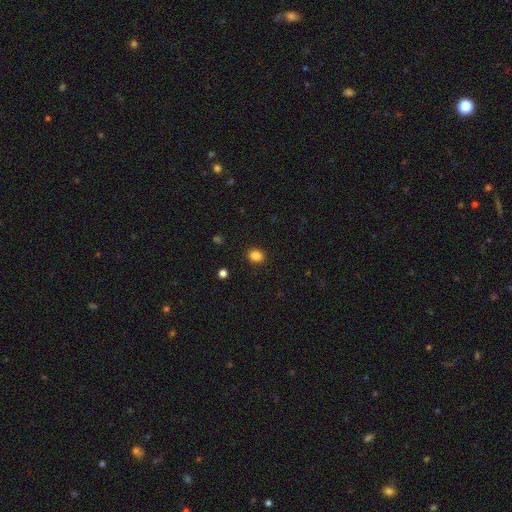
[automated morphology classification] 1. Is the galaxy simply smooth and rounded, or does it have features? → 85% smooth, 11% star or artifact, 4% featured or disk.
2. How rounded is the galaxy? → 57% round, 43% in between, 1% cigar-shaped.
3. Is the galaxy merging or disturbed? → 90% none, 7% minor disturbance, 2% major disturbance, 1% merger.